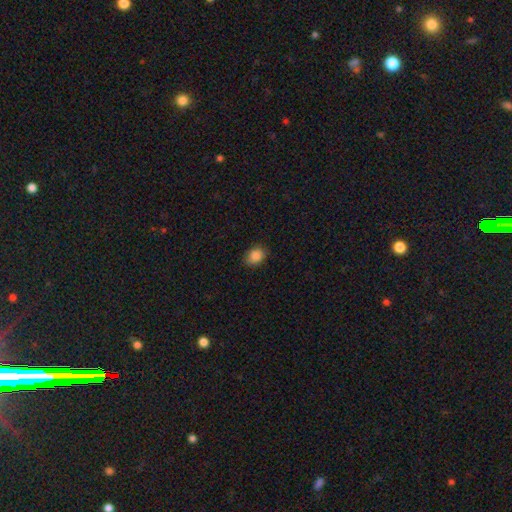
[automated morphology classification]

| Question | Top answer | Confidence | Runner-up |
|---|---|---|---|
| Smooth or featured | smooth | 87% | star or artifact (9%) |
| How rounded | in between | 65% | round (34%) |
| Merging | none | 85% | minor disturbance (12%) |